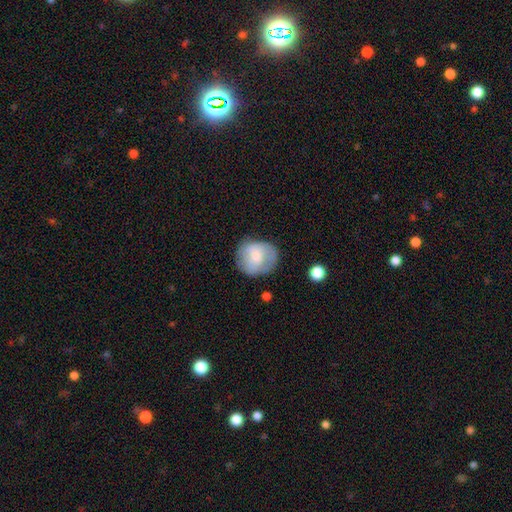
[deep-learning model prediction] smooth_or_featured: smooth (p=0.65) [alt: featured or disk p=0.28]
how_rounded: round (p=0.78) [alt: in between p=0.21]
merging: none (p=0.64) [alt: minor disturbance p=0.24]